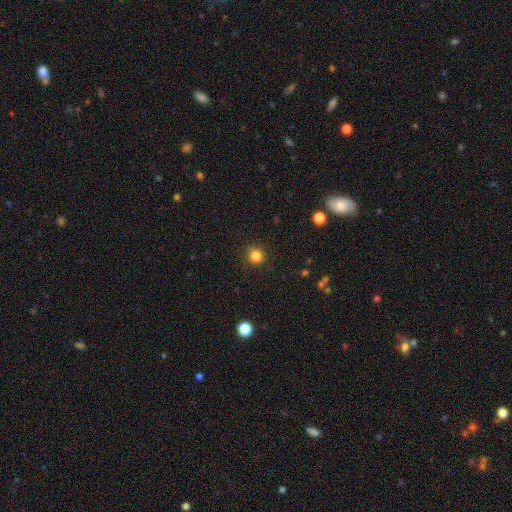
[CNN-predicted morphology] type=smooth (83%); roundness=round (81%); merging=none (85%).